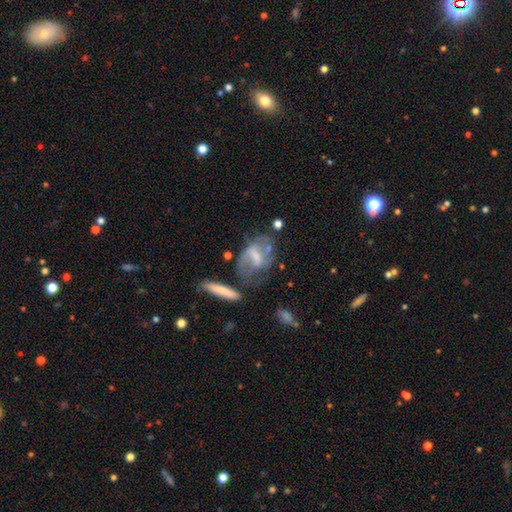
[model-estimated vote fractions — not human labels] Smooth or featured? Predicted: featured or disk (p=0.61). Edge-on disk? Predicted: no (p=0.94). Bar? Predicted: weak (p=0.41). Spiral arms? Predicted: yes (p=0.52). Bulge size? Predicted: none (p=0.34). Merging? Predicted: none (p=0.36).